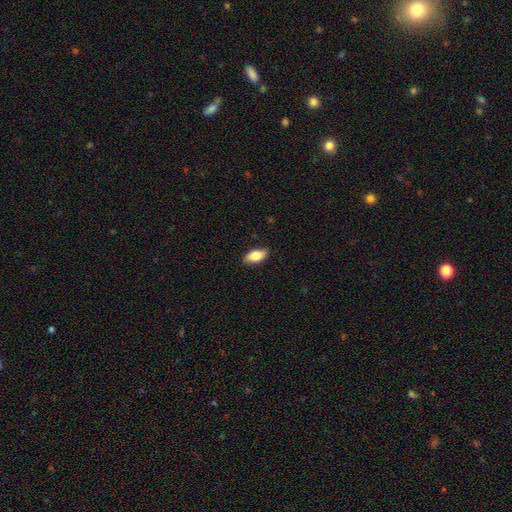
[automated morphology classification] The model was most divided on "smooth or featured": smooth: 78%, featured or disk: 15%, star or artifact: 7%. More confident: how rounded — in between (89%); merging — none (85%).